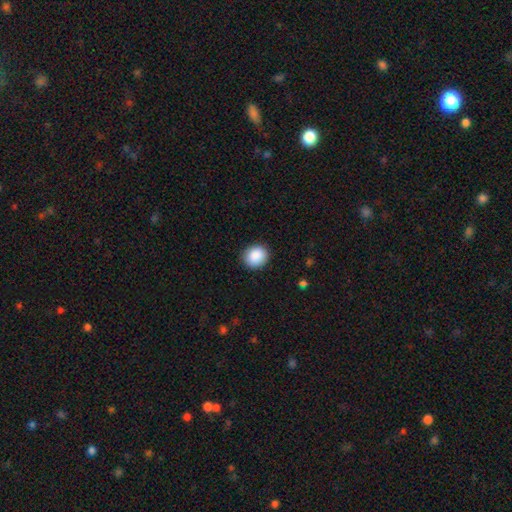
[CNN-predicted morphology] Smooth or featured? Predicted: smooth (p=0.89). How rounded? Predicted: round (p=0.74). Merging? Predicted: none (p=0.89).